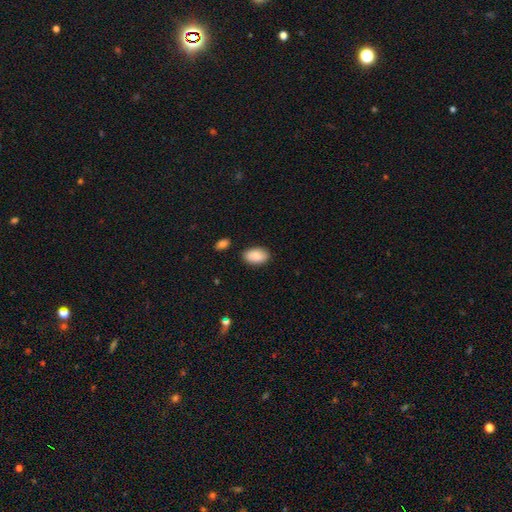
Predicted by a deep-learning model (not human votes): Overall: smooth (86%). How rounded: in between (93%). Merging: none (85%).